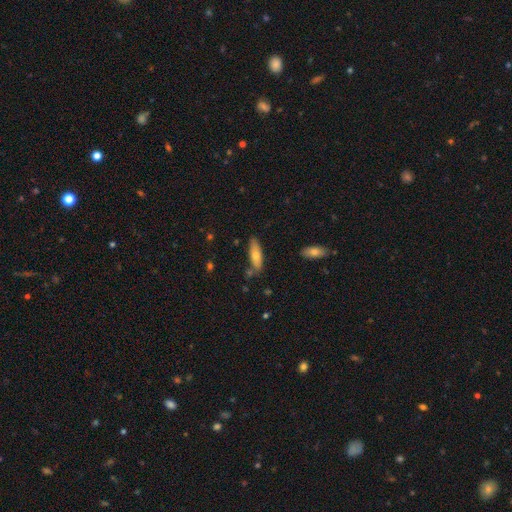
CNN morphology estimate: Smooth or featured? Predicted: smooth (p=0.68). How rounded? Predicted: in between (p=0.51). Merging? Predicted: none (p=0.73).